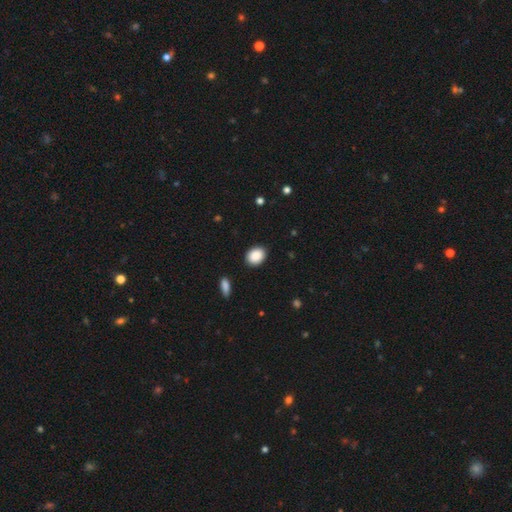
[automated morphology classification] Overall: smooth (89%). How rounded: in between (59%; round 40%). Merging: none (88%).